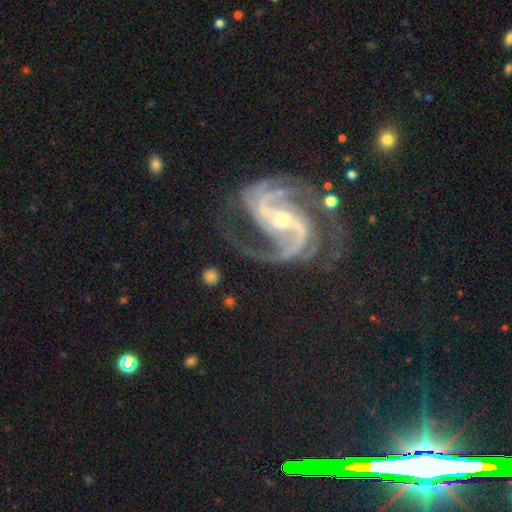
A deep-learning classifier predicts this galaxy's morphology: smooth-or-featured: featured or disk: 88% | star or artifact: 9% | smooth: 3%
  disk-edge-on: no: 98% | yes: 2%
    bar: strong: 36% | weak: 35% | no: 30%
    has-spiral-arms: yes: 99% | no: 1%
      spiral-winding: medium: 57% | tight: 24% | loose: 19%
      spiral-arm-count: 2: 78% | 3: 8% | can't tell: 4% | 1: 3% | 4: 3% | more than 4: 3%
    bulge-size: small: 53% | moderate: 43% | large: 2% | none: 1% | dominant: 1%
  merging: none: 65% | minor disturbance: 19% | major disturbance: 13% | merger: 3%